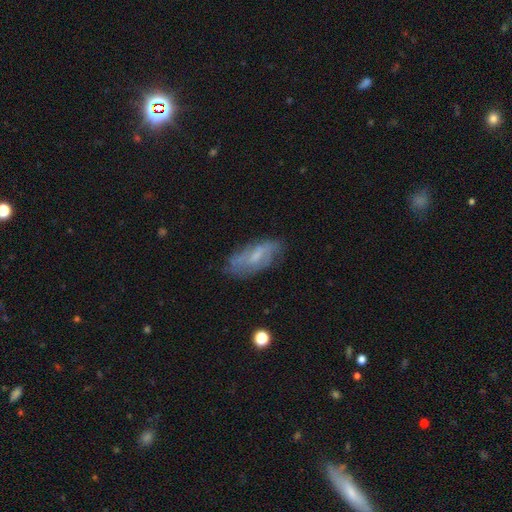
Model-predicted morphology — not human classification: A featured or disk galaxy (53%).

Vote fractions:
- Smooth or featured? featured or disk: 53% / smooth: 39% / star or artifact: 9%
- Edge-on disk? no: 87% / yes: 13%
- Merging? none: 66% / minor disturbance: 23% / major disturbance: 9% / merger: 2%